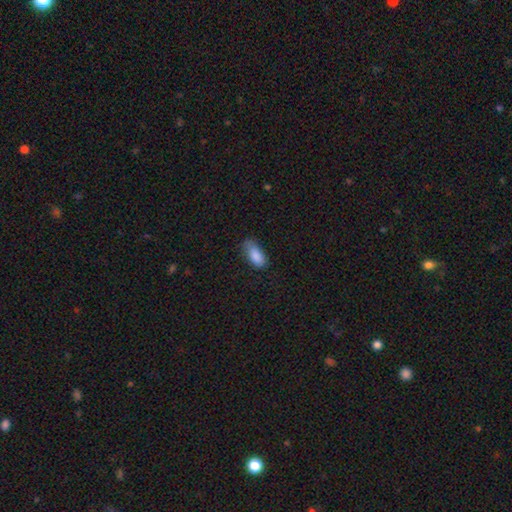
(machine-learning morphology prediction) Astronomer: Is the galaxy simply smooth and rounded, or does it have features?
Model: smooth — 86%.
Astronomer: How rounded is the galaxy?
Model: in between — 88%.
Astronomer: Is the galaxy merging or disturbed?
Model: none — 54% (runner-up: minor disturbance, 35%).